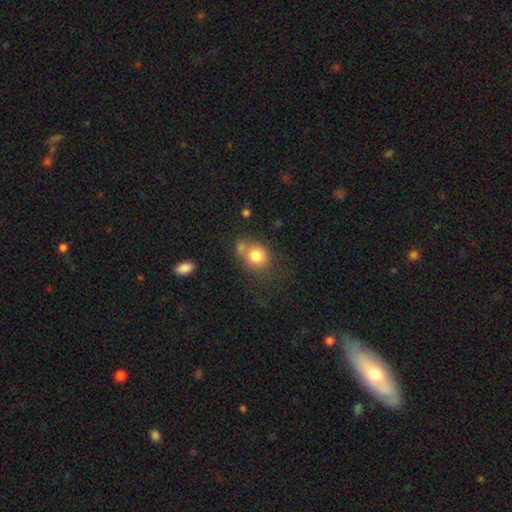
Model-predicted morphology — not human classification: smooth 79%, featured or disk 11%, star or artifact 10%. Down the decision tree: how rounded — round (71%); merging — none (51%).